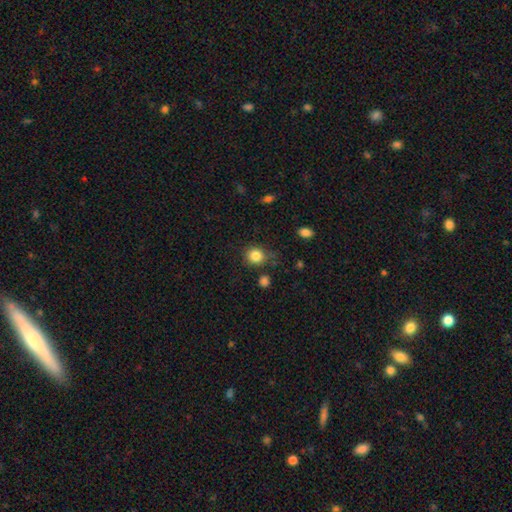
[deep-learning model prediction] Q: Smooth or featured?
A: smooth (84%); runner-up: star or artifact (11%)
Q: How rounded?
A: round (83%); runner-up: in between (16%)
Q: Merging?
A: none (77%); runner-up: minor disturbance (15%)